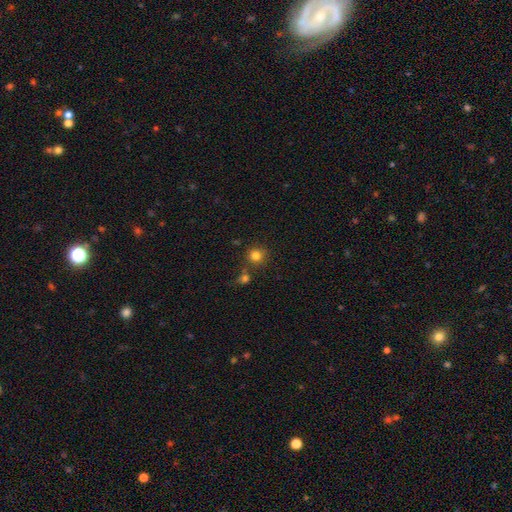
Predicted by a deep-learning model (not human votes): smooth 80%, star or artifact 13%, featured or disk 6%. Down the decision tree: how rounded — round (90%); merging — none (72%).